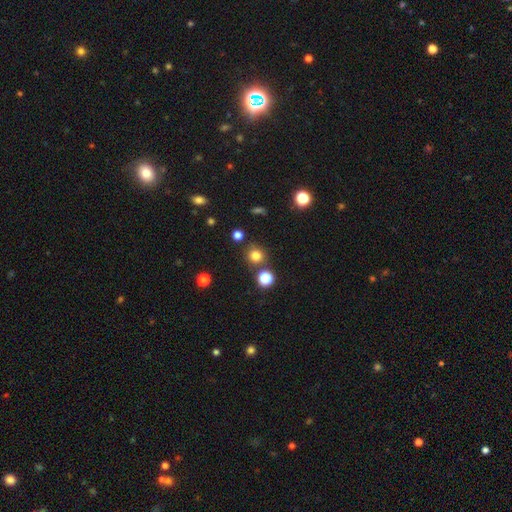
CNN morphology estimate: This appears to be a smooth galaxy with no disk features (78%) that is round (90%). Merging: none (82%).